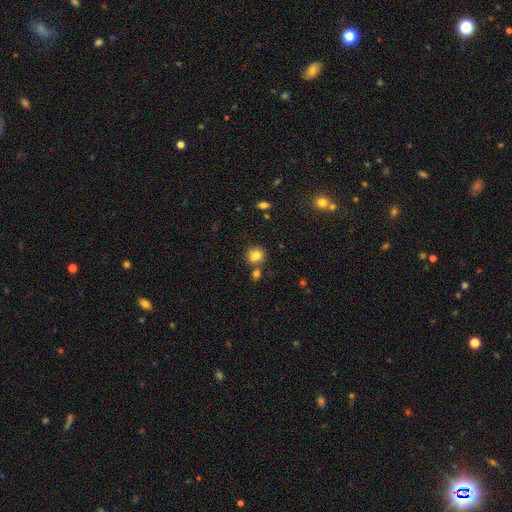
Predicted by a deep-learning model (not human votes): Q: Smooth or featured?
A: smooth (77%); runner-up: star or artifact (12%)
Q: How rounded?
A: round (73%); runner-up: in between (26%)
Q: Merging?
A: none (50%); runner-up: merger (34%)